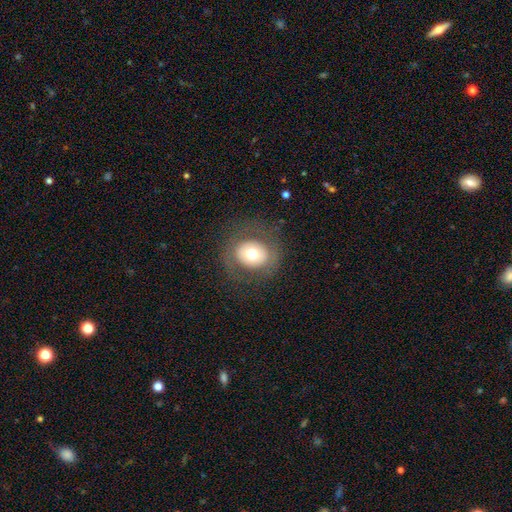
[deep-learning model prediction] Smooth or featured: smooth — 57% (featured or disk — 32%)
How rounded: round — 78% (in between — 21%)
Merging: none — 81% (minor disturbance — 10%)